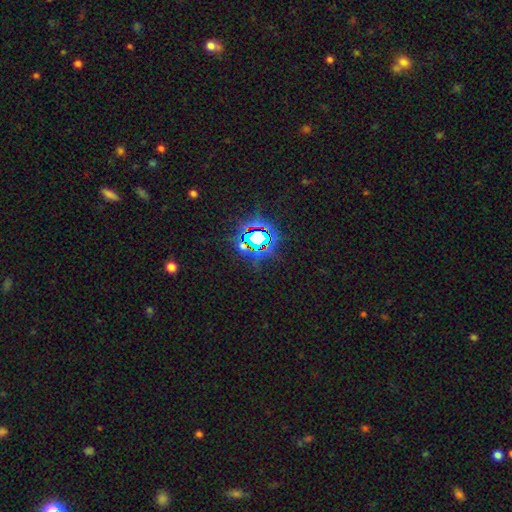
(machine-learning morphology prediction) Smooth or featured?
  - star or artifact: 82% *
  - smooth: 11%
  - featured or disk: 7%